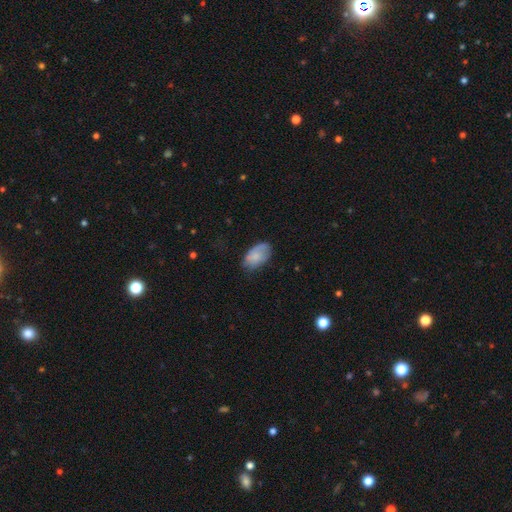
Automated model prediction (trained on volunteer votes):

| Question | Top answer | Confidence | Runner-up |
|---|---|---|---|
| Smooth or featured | smooth | 75% | featured or disk (17%) |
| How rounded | in between | 93% | round (5%) |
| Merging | none | 61% | minor disturbance (28%) |